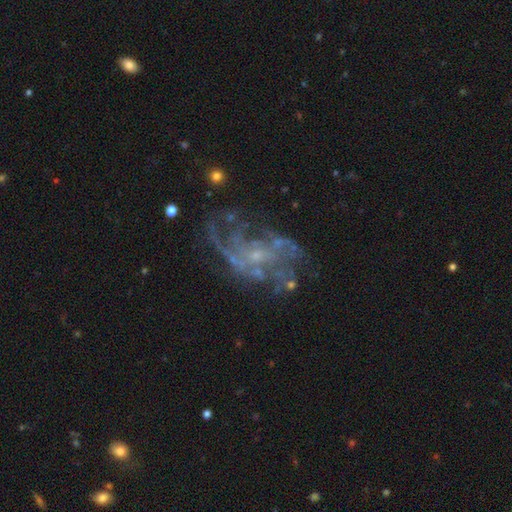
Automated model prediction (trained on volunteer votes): Q: Smooth or featured?
A: featured or disk (79%); runner-up: star or artifact (13%)
Q: Edge-on disk?
A: no (97%); runner-up: yes (3%)
Q: Bar?
A: no (69%); runner-up: weak (26%)
Q: Spiral arms?
A: yes (76%); runner-up: no (24%)
Q: Spiral winding?
A: loose (46%); runner-up: medium (36%)
Q: Spiral arm count?
A: can't tell (36%); runner-up: 2 (23%)
Q: Bulge size?
A: small (64%); runner-up: none (23%)
Q: Merging?
A: none (50%); runner-up: major disturbance (27%)